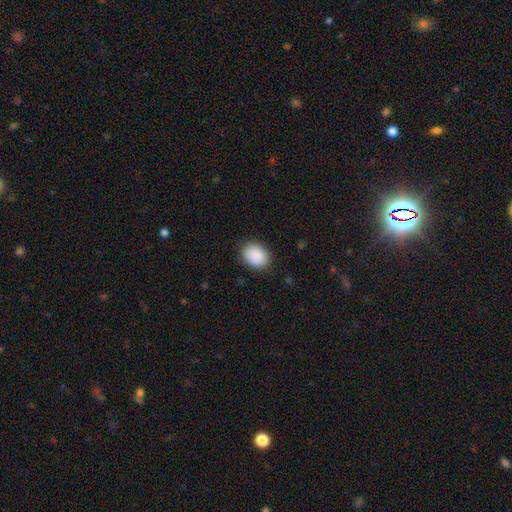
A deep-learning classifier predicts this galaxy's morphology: This appears to be a smooth galaxy with no disk features (90%) that is in between round and cigar-shaped (70%). Merging: none (85%).